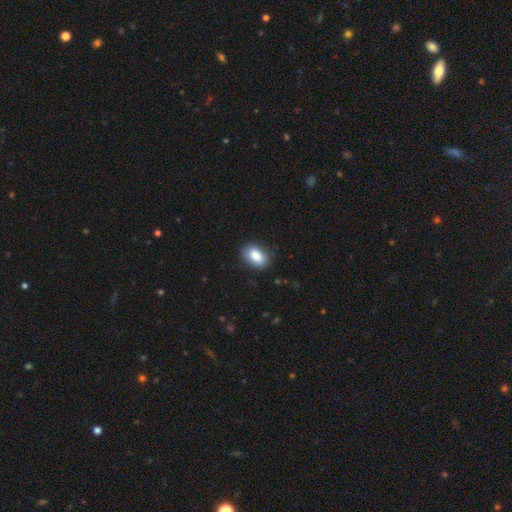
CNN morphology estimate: Smooth or featured?
  - smooth: 85% *
  - star or artifact: 8%
  - featured or disk: 7%
How rounded?
  - in between: 87% *
  - round: 11%
  - cigar-shaped: 3%
Merging?
  - none: 83% *
  - minor disturbance: 13%
  - major disturbance: 3%
  - merger: 1%